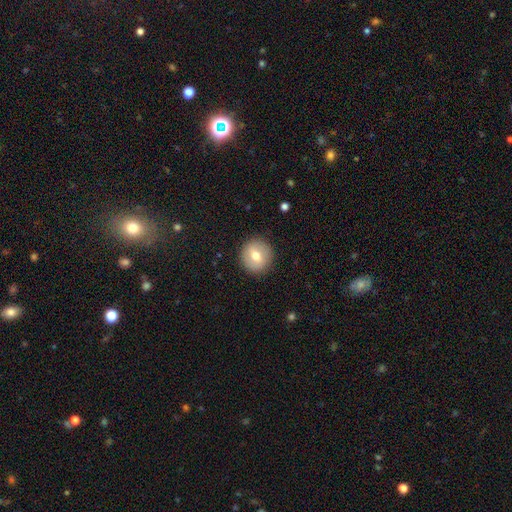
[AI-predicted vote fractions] smooth_or_featured: smooth (p=0.66) [alt: featured or disk p=0.26]
how_rounded: round (p=0.92) [alt: in between p=0.07]
merging: none (p=0.89) [alt: minor disturbance p=0.07]